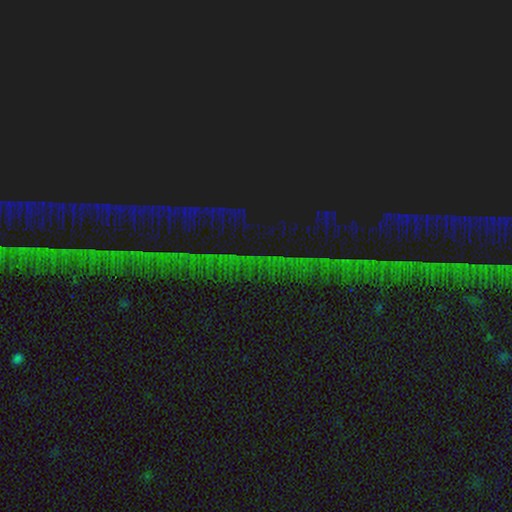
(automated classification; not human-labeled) Overall: star or artifact (82%).